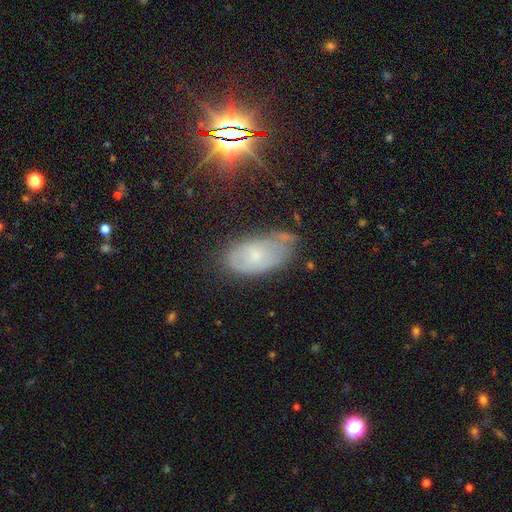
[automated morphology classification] The model was most divided on "smooth or featured": featured or disk: 43%, smooth: 42%, star or artifact: 15%. More confident: merging — none (53%).